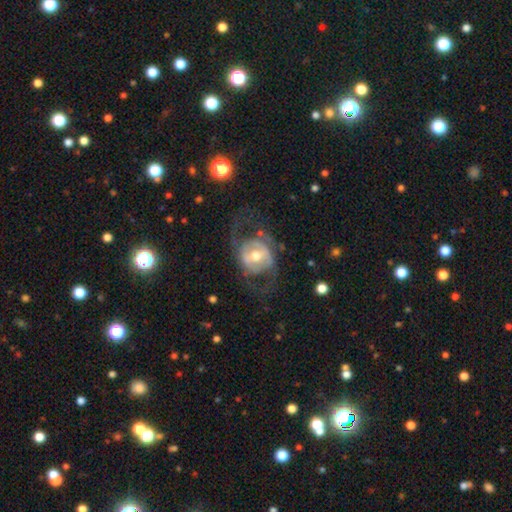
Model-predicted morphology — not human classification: This is likely a featured or disk galaxy (73%). It is clearly not viewed edge-on (96%). Bar: marginally no (41%). Spiral arm pattern: likely yes (60%). Central bulge: likely moderate (74%). Merging: possibly none (51%).